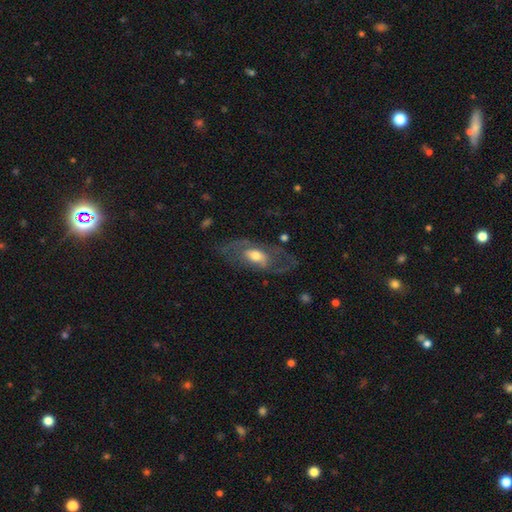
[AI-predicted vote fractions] Q: Smooth or featured?
A: featured or disk (61%); runner-up: smooth (32%)
Q: Edge-on disk?
A: no (86%); runner-up: yes (14%)
Q: Bar?
A: no (65%); runner-up: weak (27%)
Q: Spiral arms?
A: yes (57%); runner-up: no (43%)
Q: Bulge size?
A: moderate (58%); runner-up: large (24%)
Q: Merging?
A: none (50%); runner-up: major disturbance (27%)